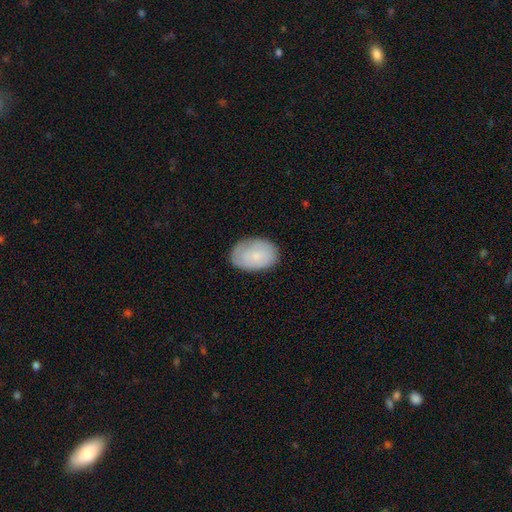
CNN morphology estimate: Smooth or featured? smooth (65%)
How rounded? in between (86%)
Merging? none (78%)